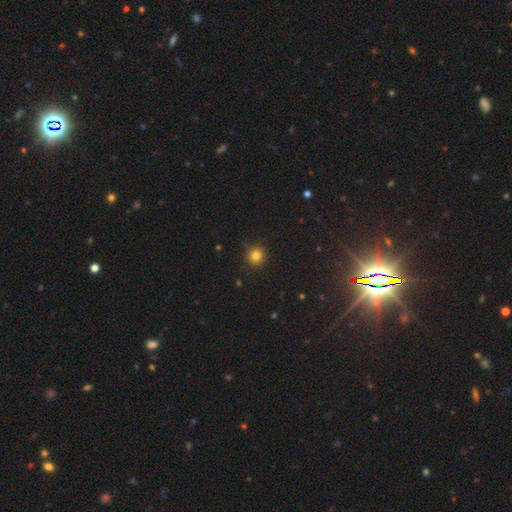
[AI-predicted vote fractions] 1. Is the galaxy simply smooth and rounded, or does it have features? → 80% smooth, 14% star or artifact, 6% featured or disk.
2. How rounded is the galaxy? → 93% round, 6% in between, 1% cigar-shaped.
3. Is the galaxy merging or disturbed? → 88% none, 9% minor disturbance, 2% major disturbance, 1% merger.